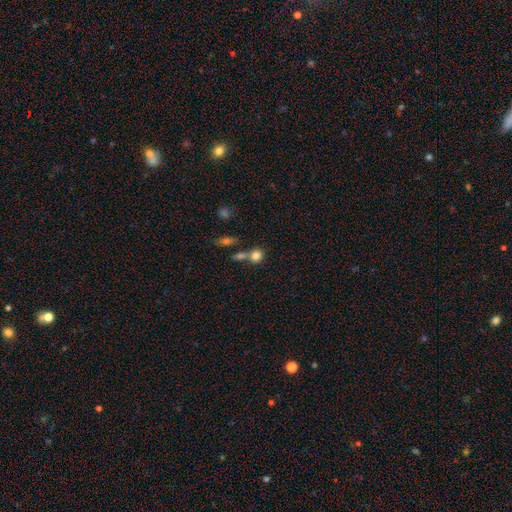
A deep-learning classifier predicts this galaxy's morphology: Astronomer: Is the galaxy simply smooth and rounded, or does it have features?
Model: smooth — 81%.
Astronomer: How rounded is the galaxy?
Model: round — 78%.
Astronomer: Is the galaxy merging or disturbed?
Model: none — 50% (runner-up: merger, 36%).